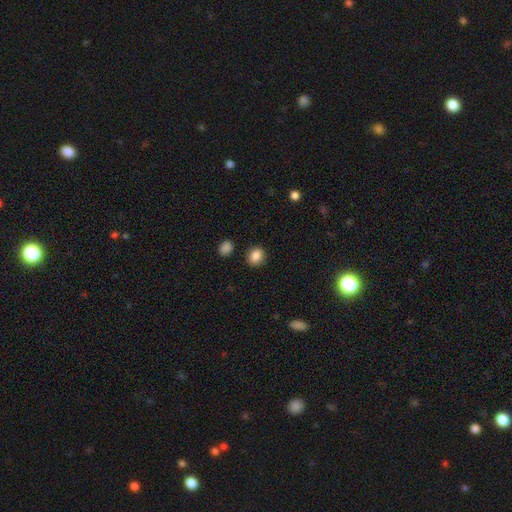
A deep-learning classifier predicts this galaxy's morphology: Smooth or featured?
  - smooth: 87% *
  - star or artifact: 9%
  - featured or disk: 4%
How rounded?
  - round: 71% *
  - in between: 28%
  - cigar-shaped: 1%
Merging?
  - none: 88% *
  - minor disturbance: 7%
  - merger: 2%
  - major disturbance: 2%